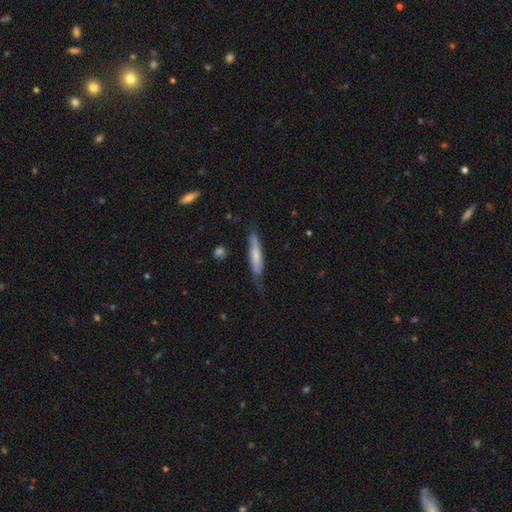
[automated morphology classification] Smooth or featured? smooth (56%)
How rounded? cigar-shaped (88%)
Merging? none (59%)